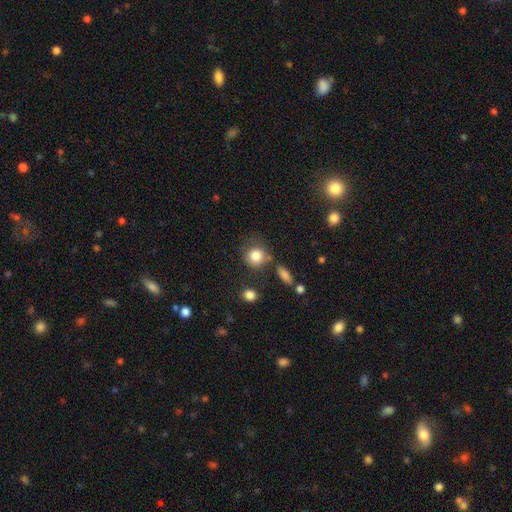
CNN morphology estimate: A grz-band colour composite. It shows a smooth galaxy with no disk features (83%) that is round (83%). Merging: none (67%).